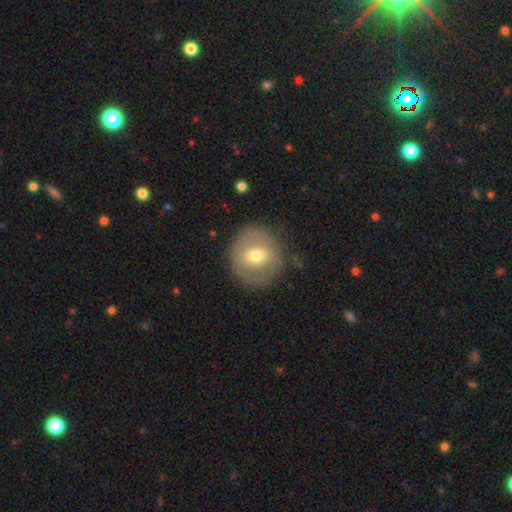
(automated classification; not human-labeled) smooth-or-featured: smooth: 50% | featured or disk: 41% | star or artifact: 9%
  how-rounded: round: 87% | in between: 12% | cigar-shaped: 1%
  merging: none: 84% | minor disturbance: 11% | major disturbance: 4% | merger: 1%